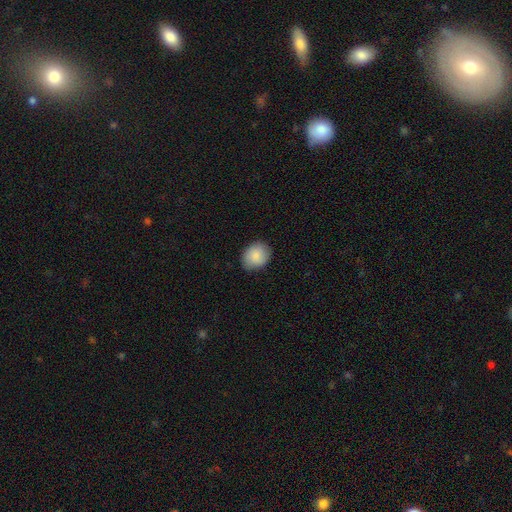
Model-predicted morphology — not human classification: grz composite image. It shows a smooth galaxy with no disk features (87%) that is round (54%). Merging: none (84%).